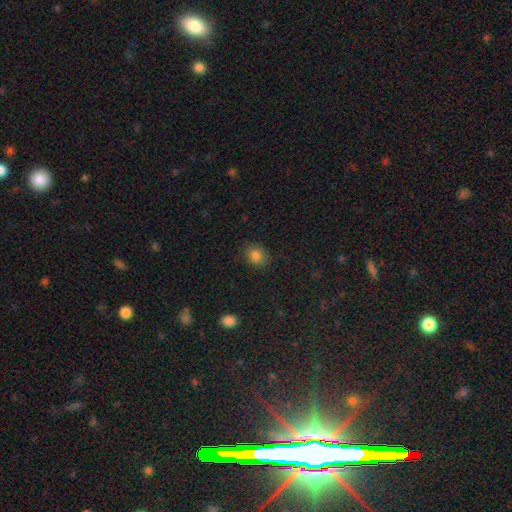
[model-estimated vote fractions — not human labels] A smooth galaxy with no disk features (82%) that is round (51%).

Vote fractions:
- Smooth or featured? smooth: 82% / star or artifact: 12% / featured or disk: 6%
- How rounded? round: 51% / in between: 47% / cigar-shaped: 1%
- Merging? none: 82% / minor disturbance: 14% / major disturbance: 3% / merger: 1%